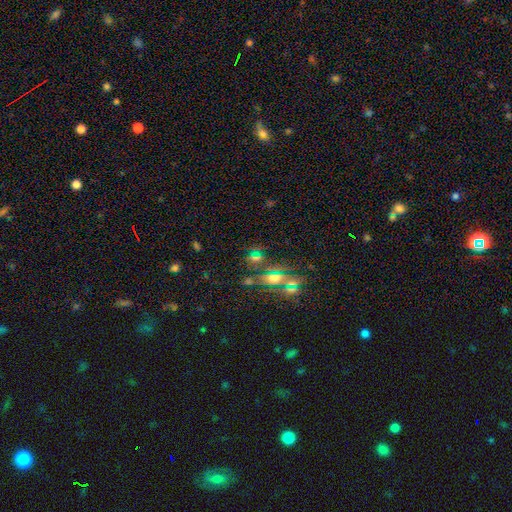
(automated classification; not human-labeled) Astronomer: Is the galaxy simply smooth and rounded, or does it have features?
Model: star or artifact — 52% (runner-up: smooth, 32%).